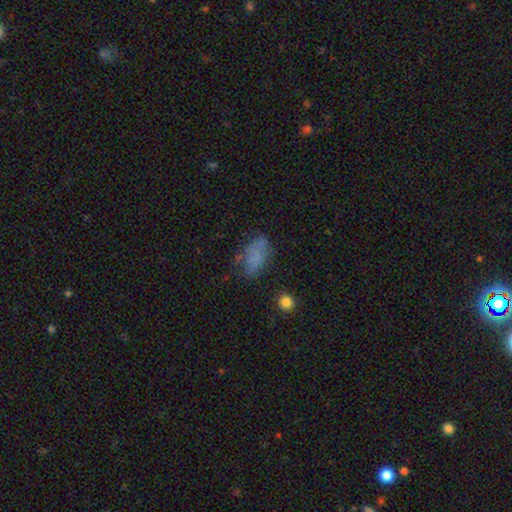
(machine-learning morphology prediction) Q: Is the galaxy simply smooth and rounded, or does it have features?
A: smooth — 68%.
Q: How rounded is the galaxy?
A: in between — 87%.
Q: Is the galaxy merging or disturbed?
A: none — 52%.